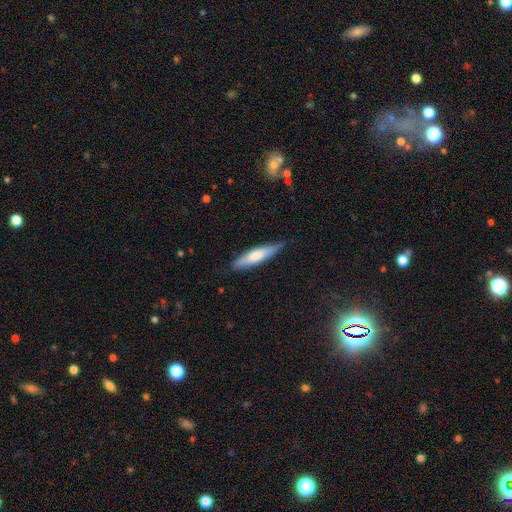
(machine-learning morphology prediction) The model was most divided on "smooth or featured": smooth: 67%, featured or disk: 28%, star or artifact: 5%. More confident: merging — none (79%); how rounded — cigar-shaped (75%).